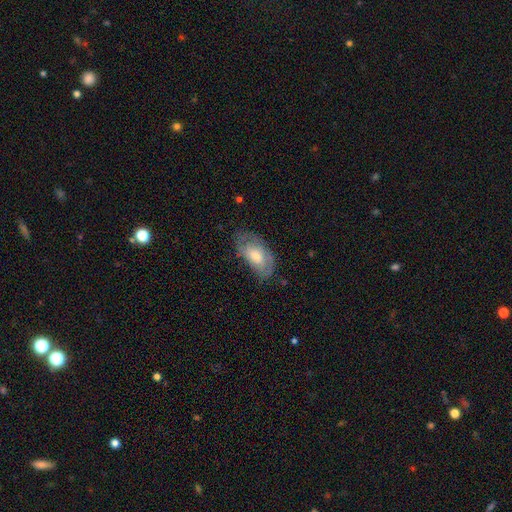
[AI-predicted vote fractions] Q: Smooth or featured?
A: smooth (49%); runner-up: featured or disk (43%)
Q: Merging?
A: none (62%); runner-up: minor disturbance (27%)